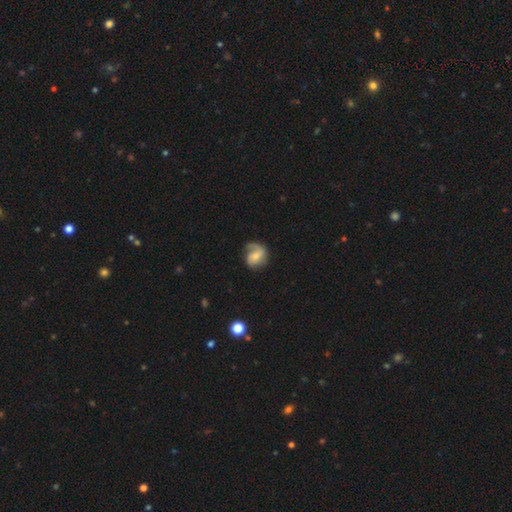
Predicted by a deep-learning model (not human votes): This is possibly a featured or disk galaxy (50%). Merging: possibly none (51%).